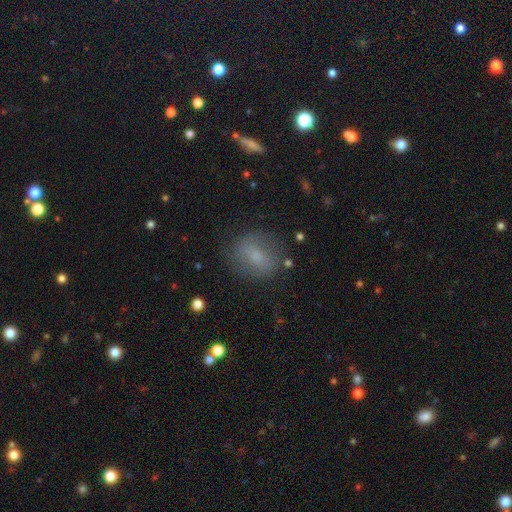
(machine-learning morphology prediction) Overall: smooth (67%). How rounded: in between (51%; round 46%). Merging: none (76%).